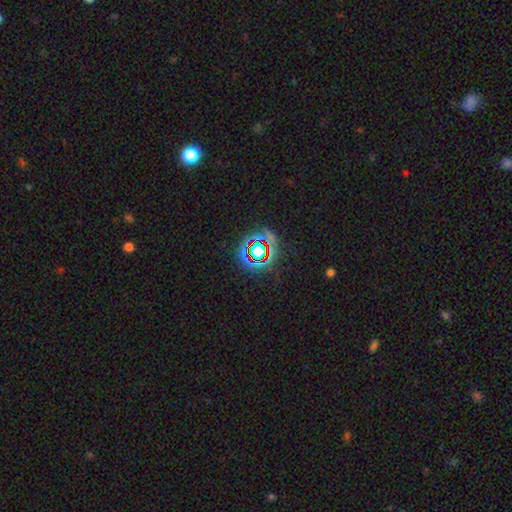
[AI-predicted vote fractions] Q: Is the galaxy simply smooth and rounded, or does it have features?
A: star or artifact — 69%.